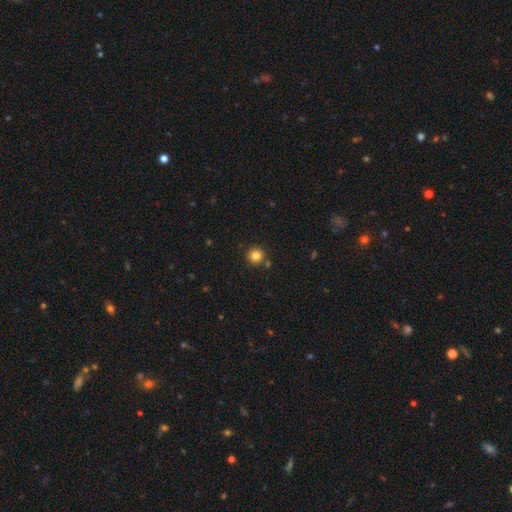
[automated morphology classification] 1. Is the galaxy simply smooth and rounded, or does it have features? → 81% smooth, 13% star or artifact, 6% featured or disk.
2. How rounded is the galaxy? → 94% round, 5% in between, 1% cigar-shaped.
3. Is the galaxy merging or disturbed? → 86% none, 7% minor disturbance, 5% merger, 2% major disturbance.